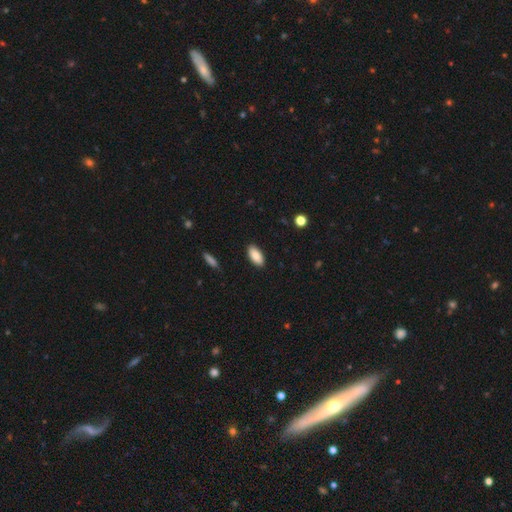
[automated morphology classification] A smooth galaxy with no disk features (87%) that is in between round and cigar-shaped (91%). Merging: none (89%).